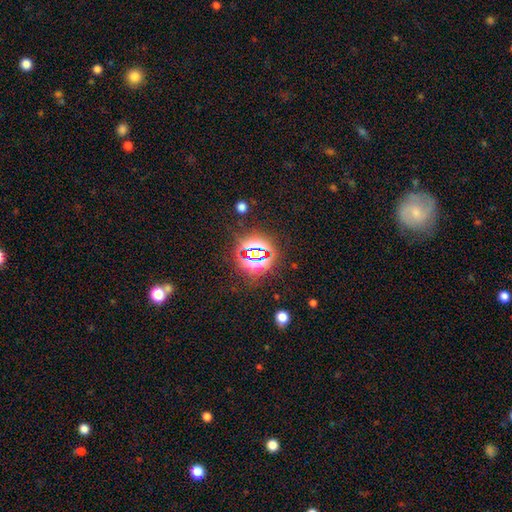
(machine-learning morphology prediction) Smooth or featured? Predicted: star or artifact (p=0.75).